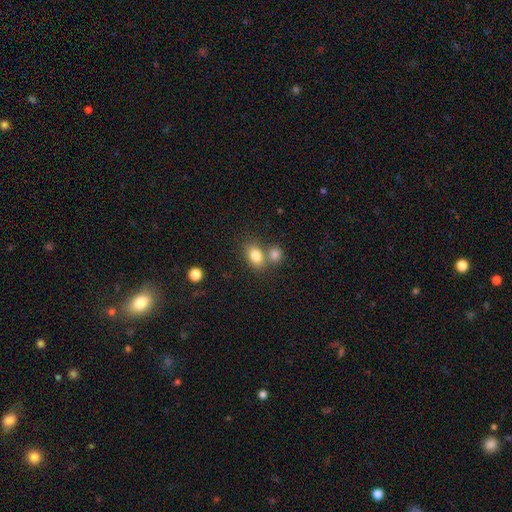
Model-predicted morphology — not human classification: A smooth galaxy with no disk features (81%) that is in between round and cigar-shaped (65%).

Vote fractions:
- Smooth or featured? smooth: 81% / star or artifact: 10% / featured or disk: 9%
- How rounded? in between: 65% / round: 33% / cigar-shaped: 1%
- Merging? none: 49% / merger: 38% / minor disturbance: 10% / major disturbance: 3%